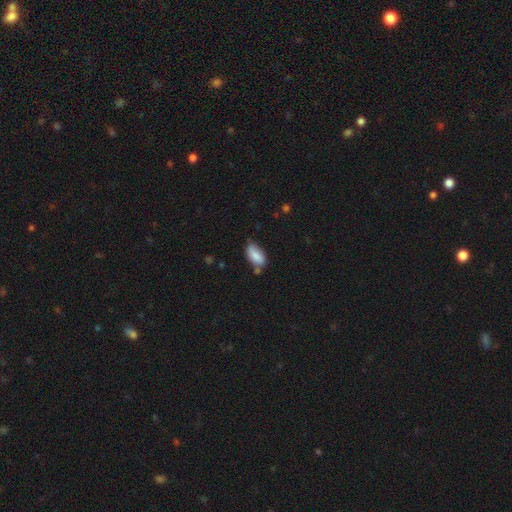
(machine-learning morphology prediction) A smooth galaxy with no disk features (82%) that is in between round and cigar-shaped (91%).

Vote fractions:
- Smooth or featured? smooth: 82% / featured or disk: 11% / star or artifact: 7%
- How rounded? in between: 91% / cigar-shaped: 6% / round: 3%
- Merging? none: 55% / minor disturbance: 30% / merger: 8% / major disturbance: 6%